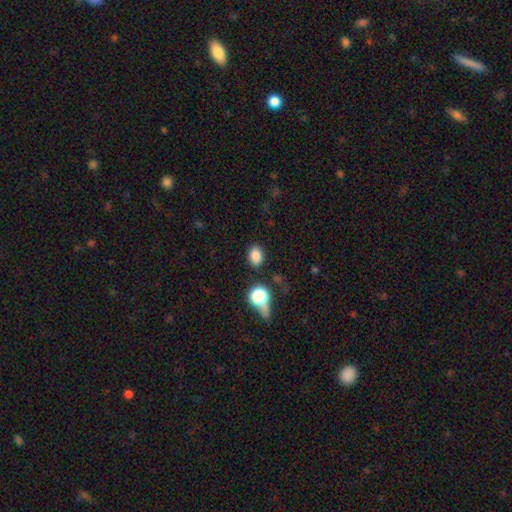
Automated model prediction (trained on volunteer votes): Smooth or featured? smooth (83%)
How rounded? in between (65%)
Merging? none (81%)